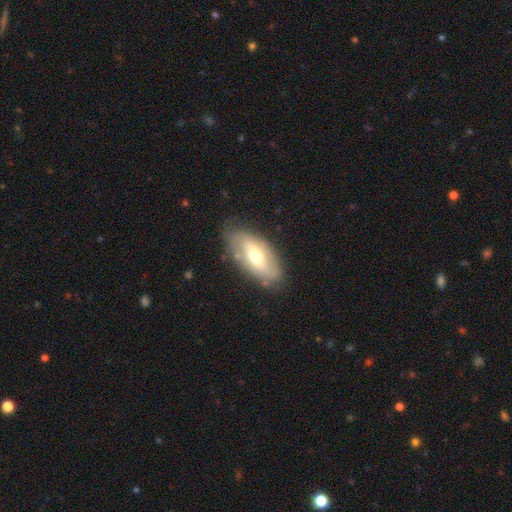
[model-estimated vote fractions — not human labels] This is possibly a featured or disk galaxy (54%). It is clearly not viewed edge-on (82%). Merging: likely none (78%).